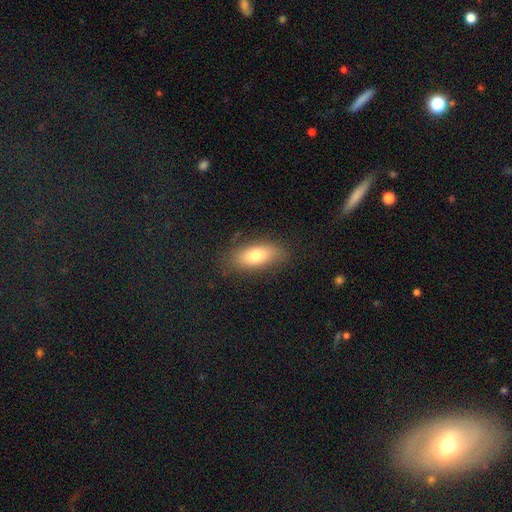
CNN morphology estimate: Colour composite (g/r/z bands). It shows a smooth galaxy with no disk features (76%) that is in between round and cigar-shaped (83%). Merging: none (81%).